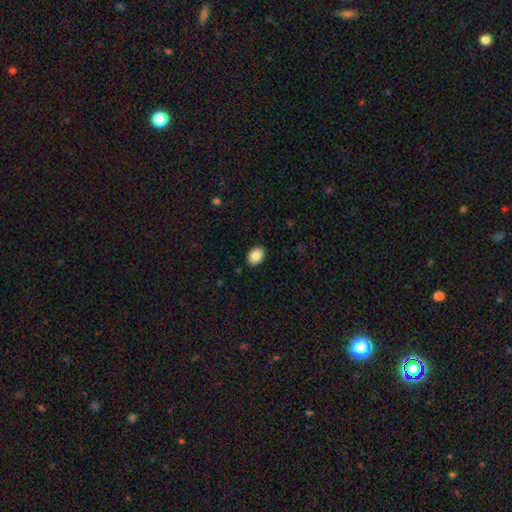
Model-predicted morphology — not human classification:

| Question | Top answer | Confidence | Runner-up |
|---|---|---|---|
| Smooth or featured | smooth | 89% | star or artifact (8%) |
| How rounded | in between | 73% | round (26%) |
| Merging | none | 89% | minor disturbance (8%) |